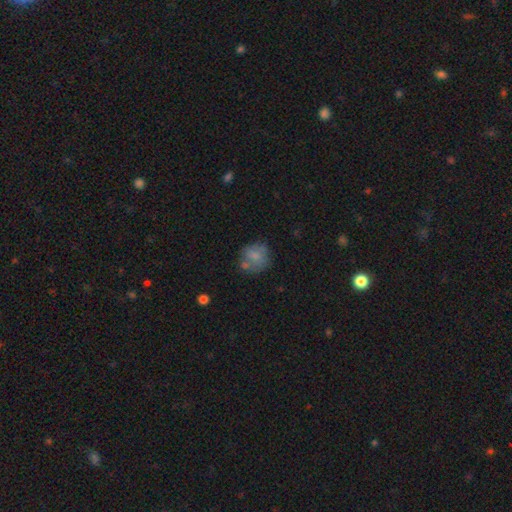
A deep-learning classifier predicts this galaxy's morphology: smooth 67%, featured or disk 24%, star or artifact 9%. Down the decision tree: how rounded — round (78%); merging — none (51%).